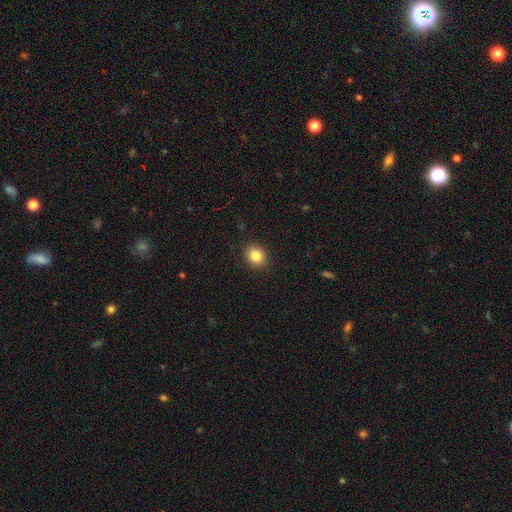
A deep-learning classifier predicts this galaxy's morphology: A smooth galaxy with no disk features (84%) that is round (60%).

Vote fractions:
- Smooth or featured? smooth: 84% / star or artifact: 10% / featured or disk: 6%
- How rounded? round: 60% / in between: 39% / cigar-shaped: 1%
- Merging? none: 90% / minor disturbance: 7% / major disturbance: 2% / merger: 1%